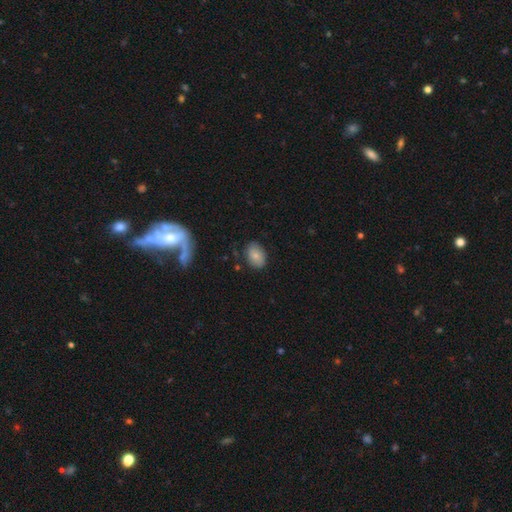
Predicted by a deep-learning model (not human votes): Smooth or featured: smooth — 79% (featured or disk — 13%)
How rounded: in between — 81% (round — 18%)
Merging: none — 79% (minor disturbance — 16%)